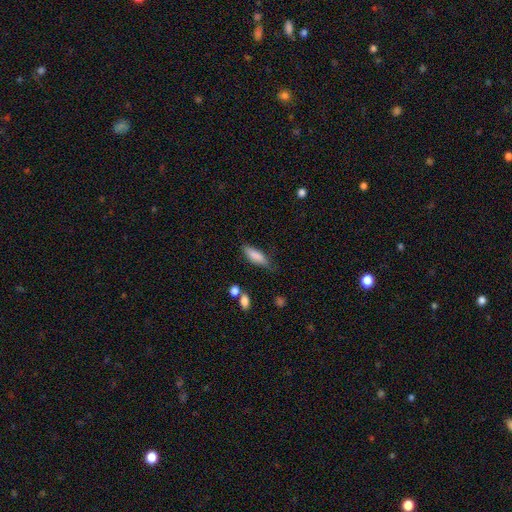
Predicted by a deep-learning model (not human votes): This appears to be a smooth galaxy with no disk features (81%) that is in between round and cigar-shaped (54%). Merging: none (62%).